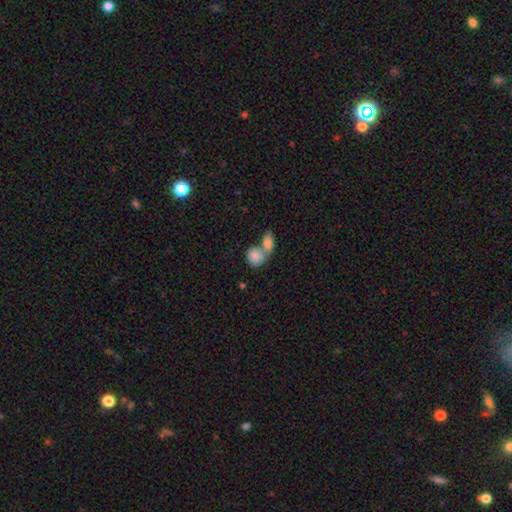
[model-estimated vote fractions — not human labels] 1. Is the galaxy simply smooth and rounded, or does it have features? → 84% smooth, 9% featured or disk, 7% star or artifact.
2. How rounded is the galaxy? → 55% round, 43% in between, 2% cigar-shaped.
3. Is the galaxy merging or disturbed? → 64% merger, 26% none, 7% minor disturbance, 3% major disturbance.